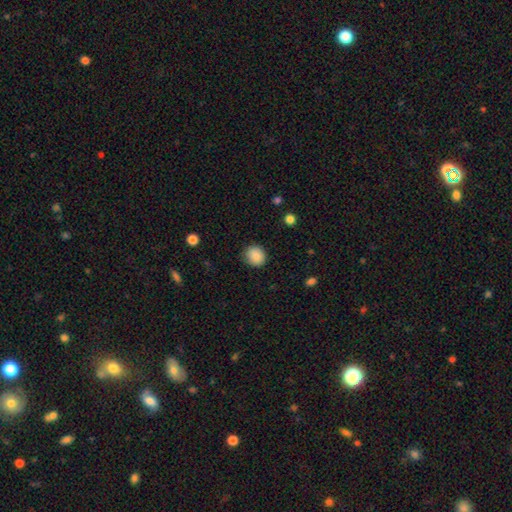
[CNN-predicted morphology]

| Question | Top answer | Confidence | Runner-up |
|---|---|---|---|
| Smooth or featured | smooth | 88% | star or artifact (8%) |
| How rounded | round | 82% | in between (17%) |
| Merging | none | 87% | minor disturbance (9%) |